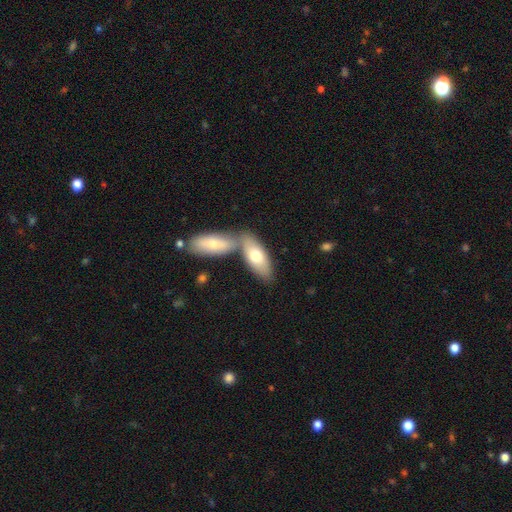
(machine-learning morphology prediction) A smooth galaxy with no disk features (70%) that is in between round and cigar-shaped (77%).

Vote fractions:
- Smooth or featured? smooth: 70% / featured or disk: 25% / star or artifact: 5%
- How rounded? in between: 77% / cigar-shaped: 20% / round: 2%
- Merging? merger: 47% / none: 42% / minor disturbance: 9% / major disturbance: 3%